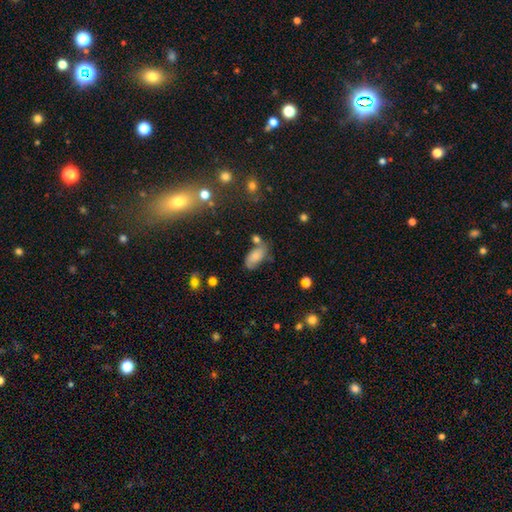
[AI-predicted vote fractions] Smooth or featured? smooth (68%)
How rounded? in between (90%)
Merging? none (55%)